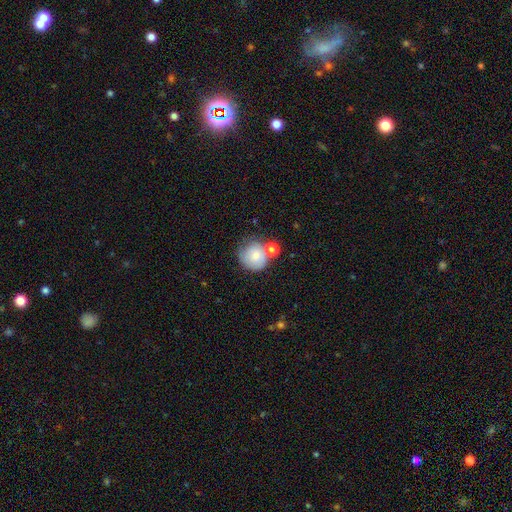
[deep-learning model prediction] Q: Smooth or featured?
A: smooth (73%); runner-up: featured or disk (17%)
Q: How rounded?
A: round (89%); runner-up: in between (10%)
Q: Merging?
A: none (51%); runner-up: merger (25%)